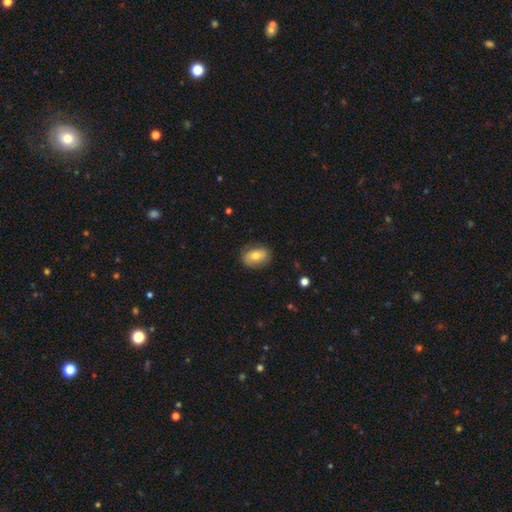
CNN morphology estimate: A smooth galaxy with no disk features (71%) that is in between round and cigar-shaped (81%). Merging: none (82%).